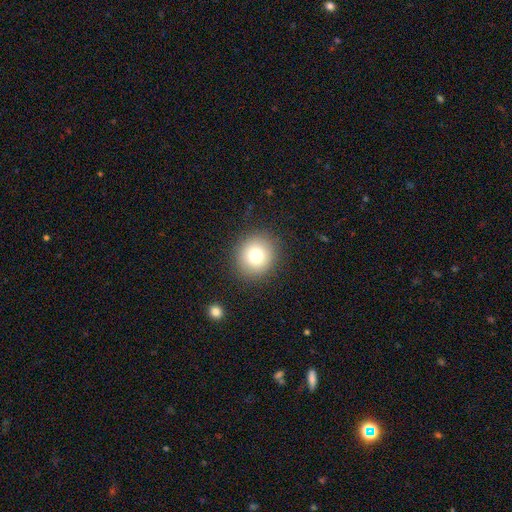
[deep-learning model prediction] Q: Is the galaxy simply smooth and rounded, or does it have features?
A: smooth — 76%.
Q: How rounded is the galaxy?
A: round — 90%.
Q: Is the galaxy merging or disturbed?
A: none — 89%.